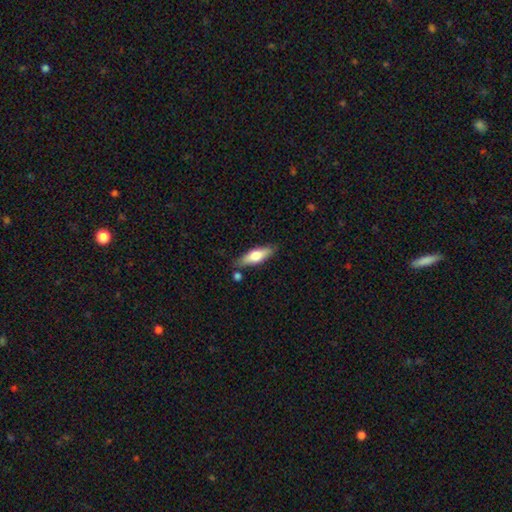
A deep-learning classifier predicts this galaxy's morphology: smooth_or_featured: smooth (p=0.62) [alt: featured or disk p=0.32]
how_rounded: in between (p=0.50) [alt: cigar-shaped p=0.48]
merging: none (p=0.77) [alt: minor disturbance p=0.14]